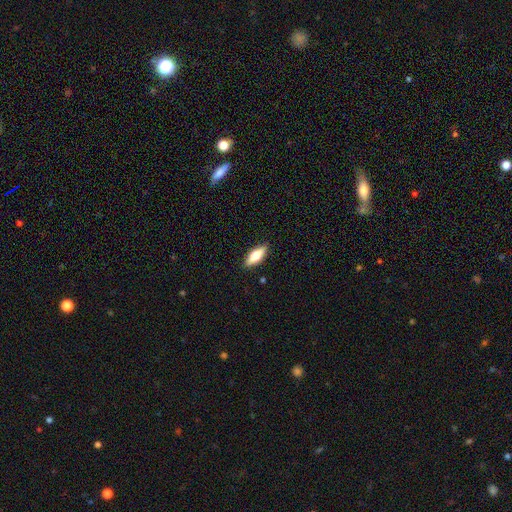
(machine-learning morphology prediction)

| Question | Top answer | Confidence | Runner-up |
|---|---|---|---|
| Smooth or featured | smooth | 59% | featured or disk (35%) |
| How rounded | in between | 66% | cigar-shaped (31%) |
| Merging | none | 89% | minor disturbance (8%) |